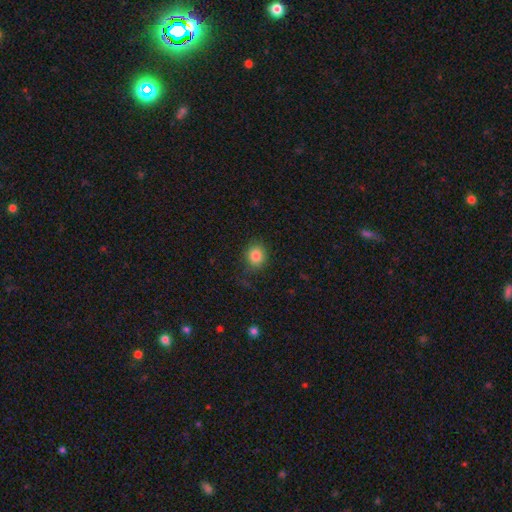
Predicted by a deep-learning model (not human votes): Smooth or featured? smooth (84%)
How rounded? round (72%)
Merging? none (78%)